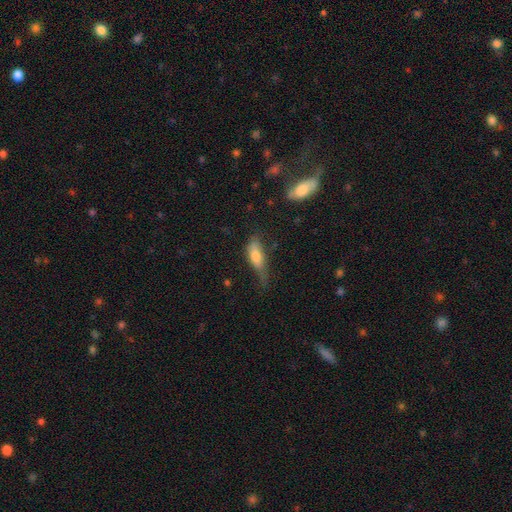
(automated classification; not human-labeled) Smooth or featured? Predicted: smooth (p=0.71). How rounded? Predicted: in between (p=0.62). Merging? Predicted: minor disturbance (p=0.38).